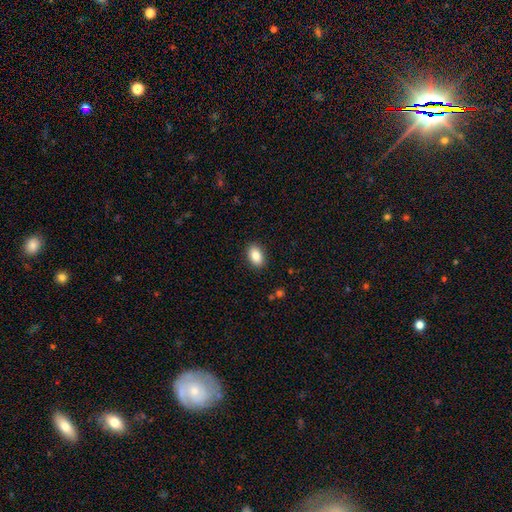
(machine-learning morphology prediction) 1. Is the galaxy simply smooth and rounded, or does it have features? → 86% smooth, 7% star or artifact, 7% featured or disk.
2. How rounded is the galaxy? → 88% in between, 11% round, 1% cigar-shaped.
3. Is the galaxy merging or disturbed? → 89% none, 8% minor disturbance, 2% major disturbance, 1% merger.